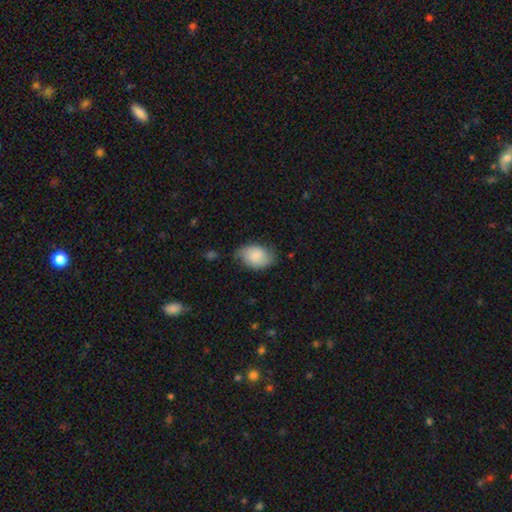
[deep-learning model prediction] Smooth or featured? Predicted: smooth (p=0.75). How rounded? Predicted: in between (p=0.85). Merging? Predicted: none (p=0.65).